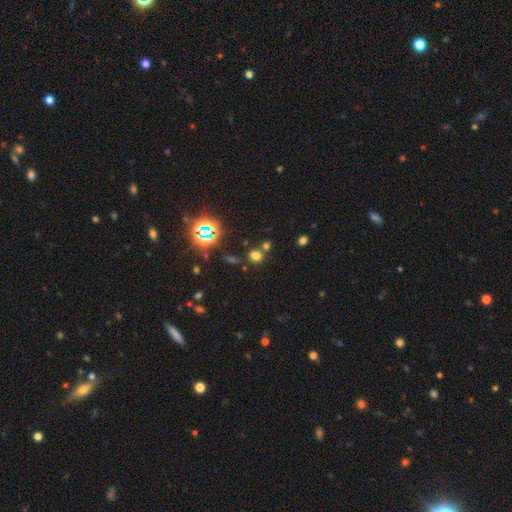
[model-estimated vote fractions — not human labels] Q: Smooth or featured?
A: smooth (63%); runner-up: star or artifact (30%)
Q: How rounded?
A: round (66%); runner-up: in between (32%)
Q: Merging?
A: none (67%); runner-up: merger (20%)